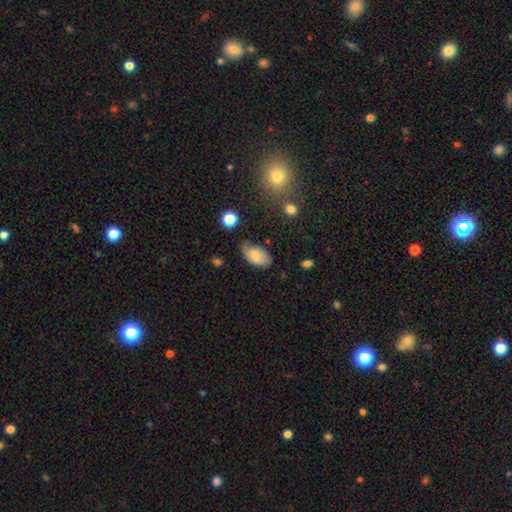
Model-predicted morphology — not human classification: smooth 72%, featured or disk 20%, star or artifact 8%. Down the decision tree: how rounded — in between (93%); merging — none (61%).